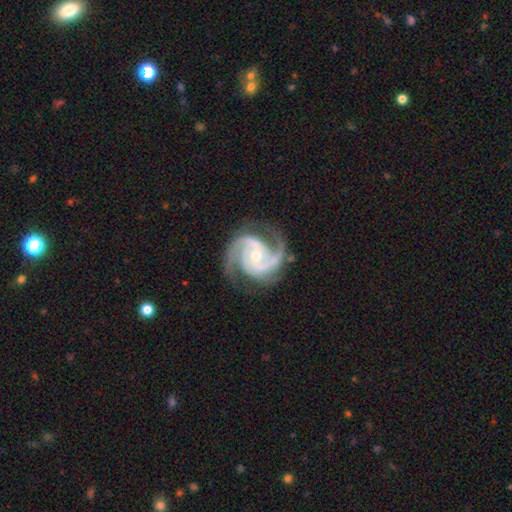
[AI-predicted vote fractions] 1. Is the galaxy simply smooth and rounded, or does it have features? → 94% featured or disk, 4% star or artifact, 2% smooth.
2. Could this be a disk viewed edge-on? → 98% no, 2% yes.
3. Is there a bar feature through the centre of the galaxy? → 56% no, 31% weak, 13% strong.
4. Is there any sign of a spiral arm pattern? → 99% yes, 1% no.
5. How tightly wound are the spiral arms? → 52% medium, 41% tight, 6% loose.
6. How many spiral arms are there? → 61% 2, 28% 3, 3% can't tell, 3% 4, 2% 1, 2% more than 4.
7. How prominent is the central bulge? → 54% moderate, 43% small, 2% large, 1% none, 1% dominant.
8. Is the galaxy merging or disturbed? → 78% none, 15% minor disturbance, 5% major disturbance, 1% merger.